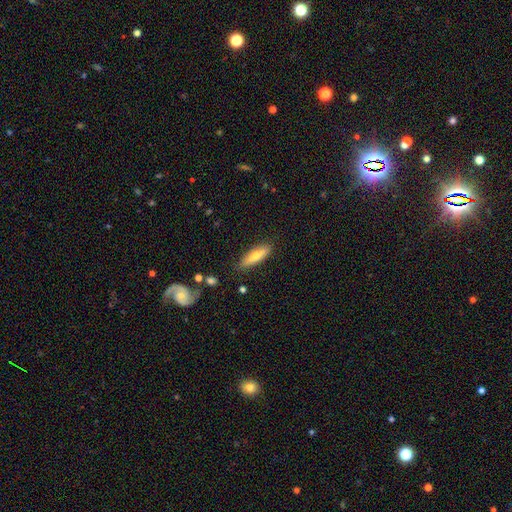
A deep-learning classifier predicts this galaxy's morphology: The model was most divided on "smooth or featured": smooth: 58%, featured or disk: 35%, star or artifact: 7%. More confident: merging — none (82%); how rounded — cigar-shaped (65%).